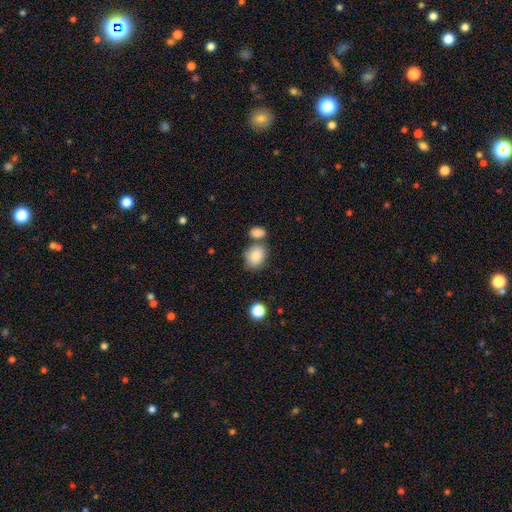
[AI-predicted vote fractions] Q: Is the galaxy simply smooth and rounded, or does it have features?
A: smooth — 86%.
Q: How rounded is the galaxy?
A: in between — 52%.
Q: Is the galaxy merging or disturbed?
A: none — 58%.